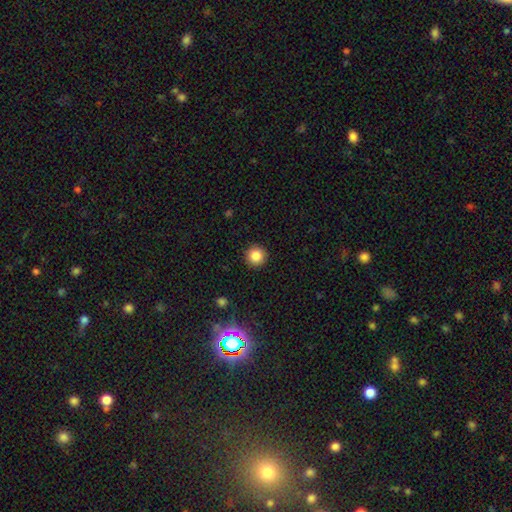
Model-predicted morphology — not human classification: A smooth galaxy with no disk features (85%) that is round (95%). Merging: none (92%).